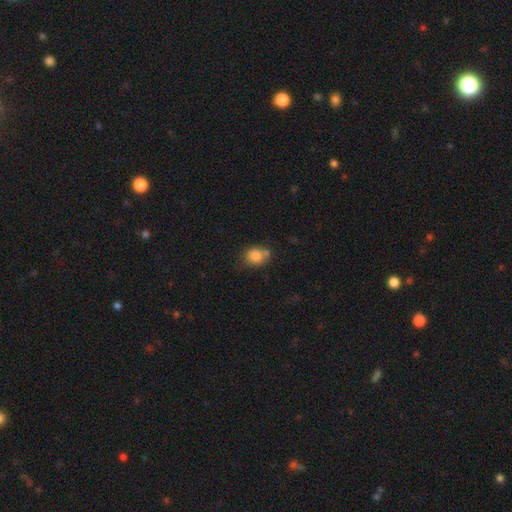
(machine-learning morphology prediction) smooth-or-featured: smooth: 82% | star or artifact: 10% | featured or disk: 8%
  how-rounded: round: 62% | in between: 37% | cigar-shaped: 1%
  merging: none: 51% | merger: 22% | minor disturbance: 20% | major disturbance: 6%